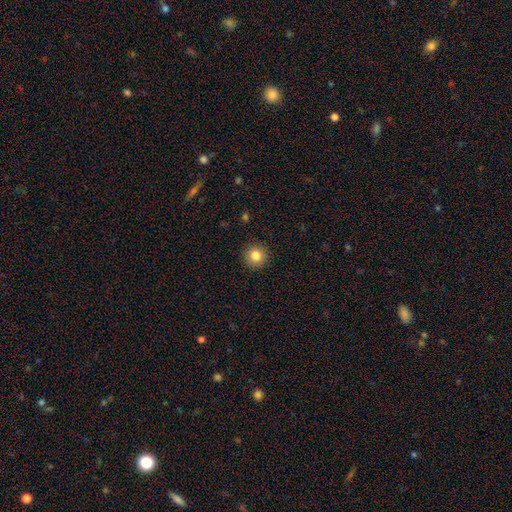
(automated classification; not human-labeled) This appears to be a smooth galaxy with no disk features (83%) that is round (94%). Merging: none (92%).